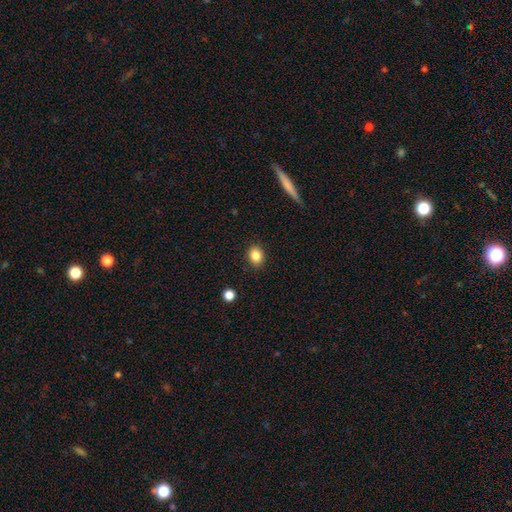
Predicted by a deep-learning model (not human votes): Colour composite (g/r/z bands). It shows a smooth galaxy with no disk features (85%) that is in between round and cigar-shaped (50%). Merging: none (88%).